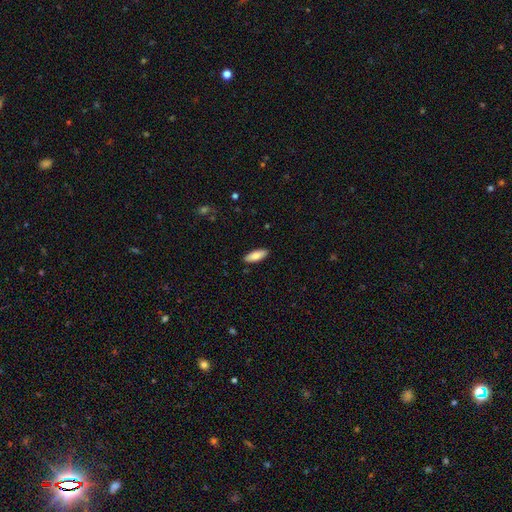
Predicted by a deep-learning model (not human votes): Smooth or featured? smooth (82%)
How rounded? in between (73%)
Merging? none (89%)